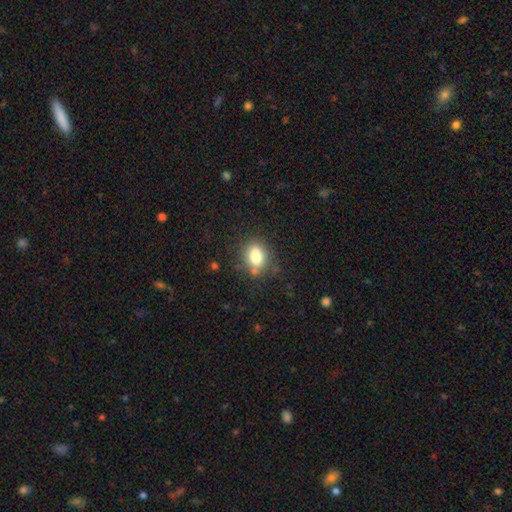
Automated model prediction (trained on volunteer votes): The model was most divided on "how rounded": in between: 67%, round: 31%, cigar-shaped: 2%. More confident: smooth or featured — smooth (80%); merging — none (76%).